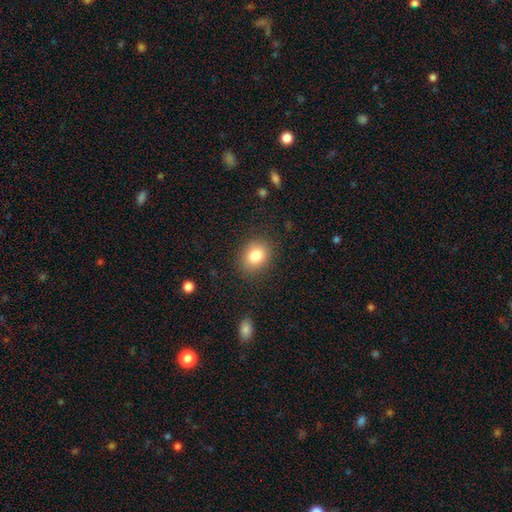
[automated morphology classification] This is clearly a smooth galaxy (82%). How rounded: possibly round (52%). Merging: clearly none (85%).